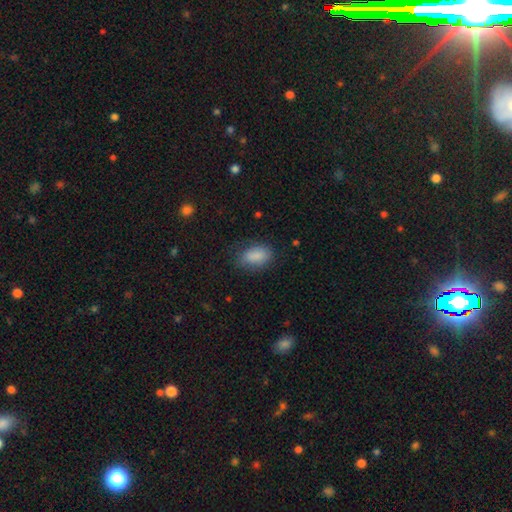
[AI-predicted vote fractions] This appears to be a smooth galaxy with no disk features (86%) that is in between round and cigar-shaped (90%). Merging: none (75%).